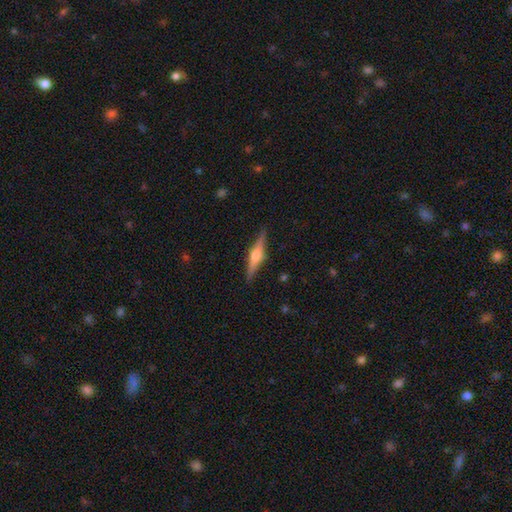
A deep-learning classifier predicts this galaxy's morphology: This appears to be a featured or disk galaxy (72%) viewed edge-on (97%) with a rounded central bulge (87%). Merging: none (89%).